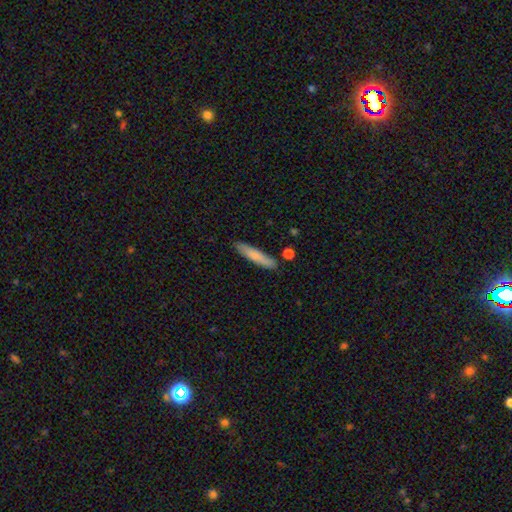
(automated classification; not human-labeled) smooth-or-featured: smooth: 76% | featured or disk: 18% | star or artifact: 5%
  how-rounded: cigar-shaped: 88% | in between: 11% | round: 1%
  merging: none: 85% | minor disturbance: 10% | merger: 3% | major disturbance: 2%